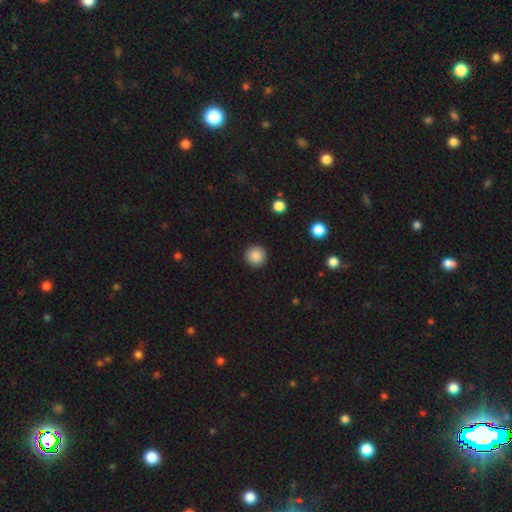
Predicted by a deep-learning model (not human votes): The model was most divided on "smooth or featured": smooth: 88%, star or artifact: 9%, featured or disk: 3%. More confident: how rounded — round (95%); merging — none (92%).